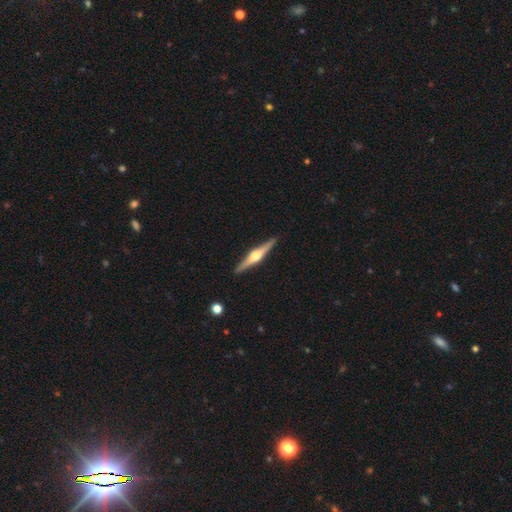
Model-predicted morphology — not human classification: The model was most divided on "smooth or featured": featured or disk: 80%, smooth: 15%, star or artifact: 4%. More confident: edge-on disk — yes (98%); edge-on bulge — rounded (94%); merging — none (92%).